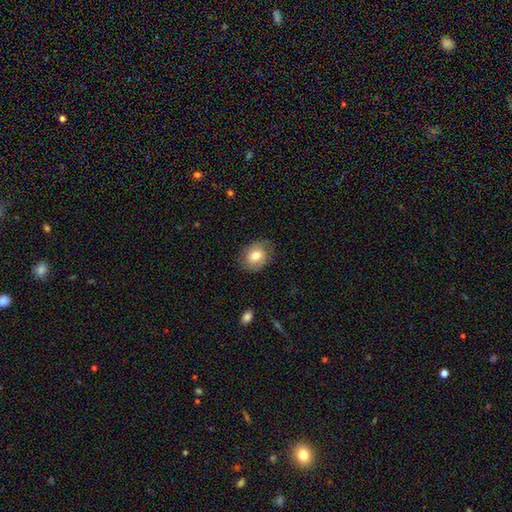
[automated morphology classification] smooth_or_featured: smooth (p=0.73) [alt: featured or disk p=0.19]
how_rounded: in between (p=0.50) [alt: round p=0.49]
merging: none (p=0.76) [alt: minor disturbance p=0.18]